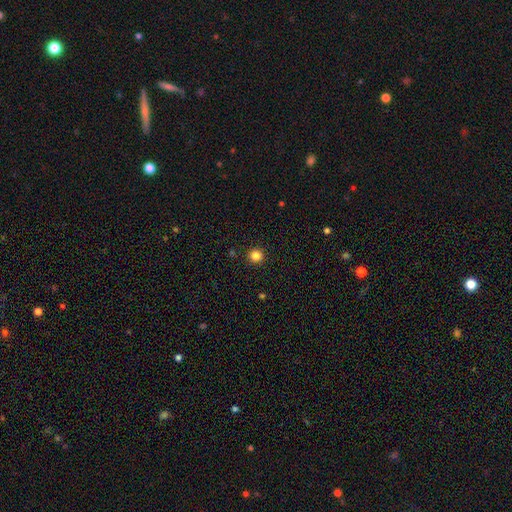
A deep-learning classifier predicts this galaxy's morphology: Smooth or featured? smooth (83%)
How rounded? round (95%)
Merging? none (93%)